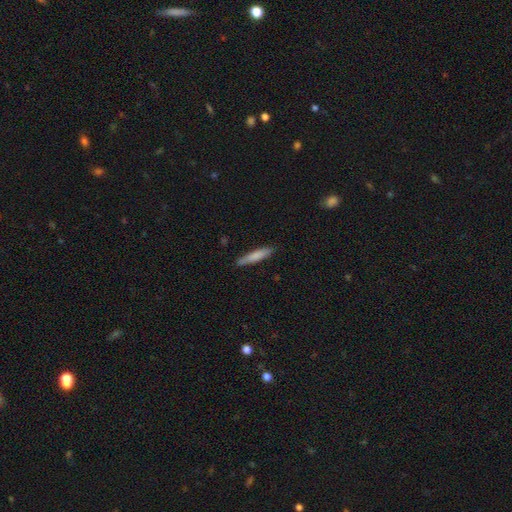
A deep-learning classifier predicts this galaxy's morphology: This is likely a smooth galaxy (79%). How rounded: clearly cigar-shaped (88%). Merging: clearly none (84%).